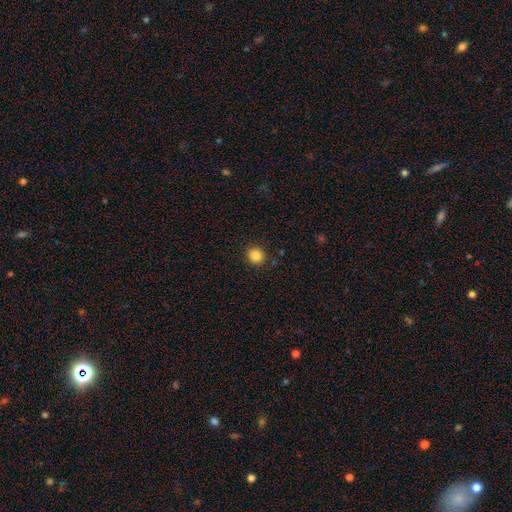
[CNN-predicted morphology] Overall: smooth (85%). How rounded: round (91%). Merging: none (91%).